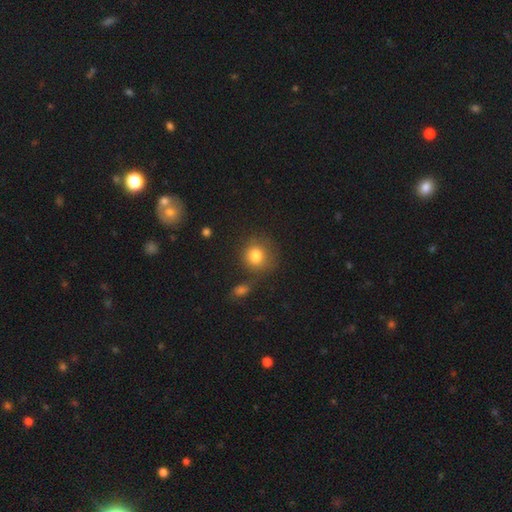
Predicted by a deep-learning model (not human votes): This is clearly a smooth galaxy (81%). How rounded: clearly round (85%). Merging: likely none (70%).